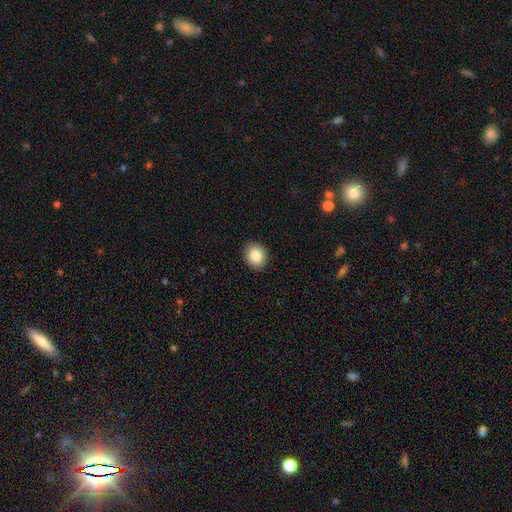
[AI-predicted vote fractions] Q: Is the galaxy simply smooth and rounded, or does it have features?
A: smooth — 85%.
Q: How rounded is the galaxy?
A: round — 70%.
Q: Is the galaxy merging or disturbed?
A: none — 91%.